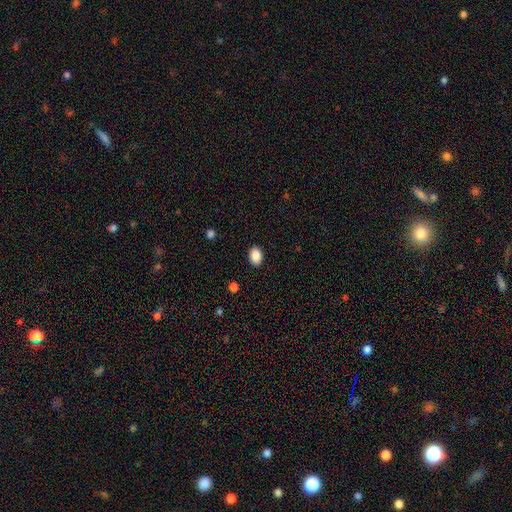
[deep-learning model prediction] Smooth or featured? Predicted: smooth (p=0.89). How rounded? Predicted: in between (p=0.80). Merging? Predicted: none (p=0.89).